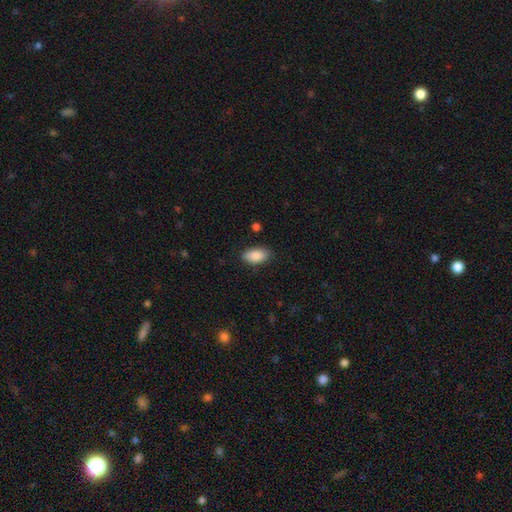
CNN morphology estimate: Smooth or featured: smooth — 88% (star or artifact — 7%)
How rounded: in between — 93% (round — 4%)
Merging: none — 84% (minor disturbance — 12%)